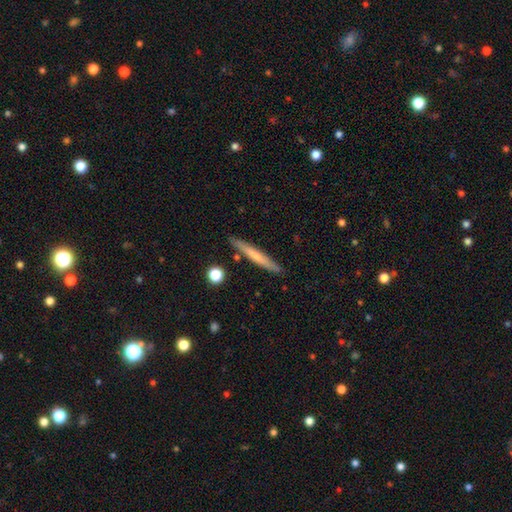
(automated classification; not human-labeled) A smooth galaxy with no disk features (58%) that is cigar-shaped (96%). Merging: none (87%).